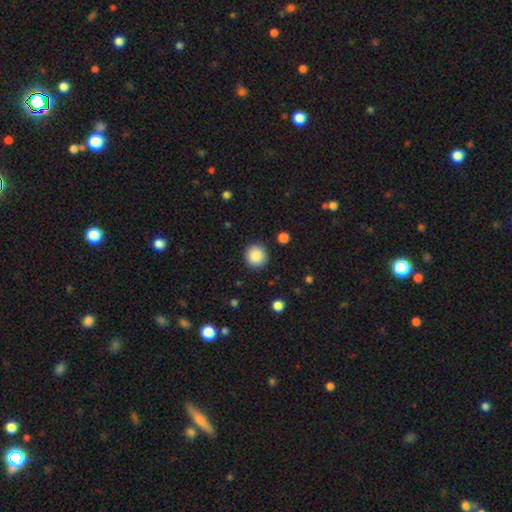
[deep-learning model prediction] The model was most divided on "smooth or featured": smooth: 88%, star or artifact: 8%, featured or disk: 4%. More confident: how rounded — round (94%); merging — none (91%).